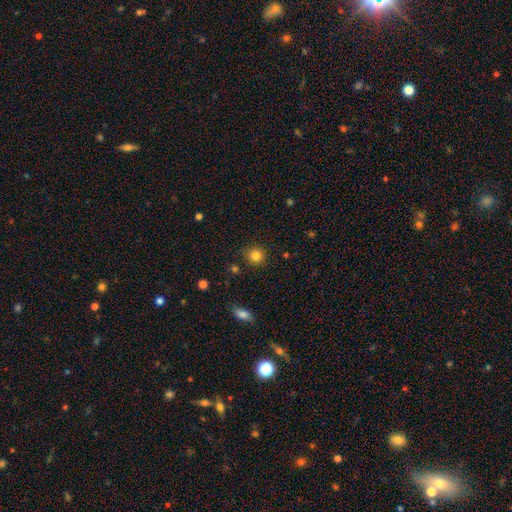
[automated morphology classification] A smooth galaxy with no disk features (83%) that is round (90%).

Vote fractions:
- Smooth or featured? smooth: 83% / star or artifact: 12% / featured or disk: 5%
- How rounded? round: 90% / in between: 9% / cigar-shaped: 1%
- Merging? none: 85% / minor disturbance: 10% / major disturbance: 3% / merger: 2%